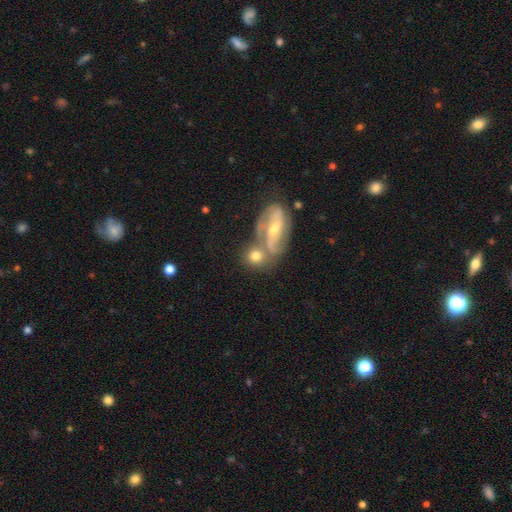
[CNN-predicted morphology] Smooth or featured?
  - smooth: 60% *
  - featured or disk: 32%
  - star or artifact: 8%
How rounded?
  - round: 71% *
  - in between: 27%
  - cigar-shaped: 3%
Merging?
  - none: 48% *
  - merger: 35%
  - minor disturbance: 12%
  - major disturbance: 6%